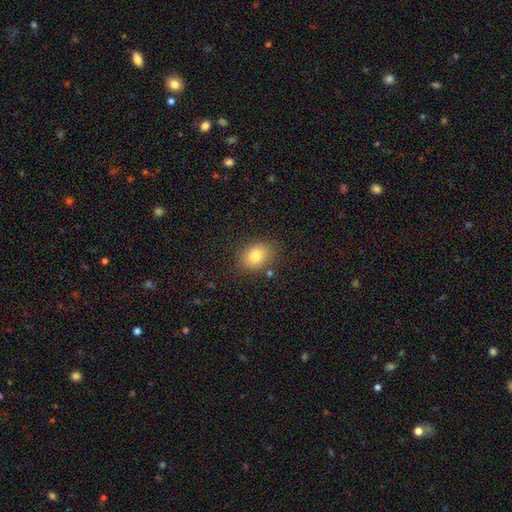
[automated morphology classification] Q: Smooth or featured?
A: smooth (80%); runner-up: star or artifact (10%)
Q: How rounded?
A: in between (61%); runner-up: round (38%)
Q: Merging?
A: none (81%); runner-up: minor disturbance (12%)